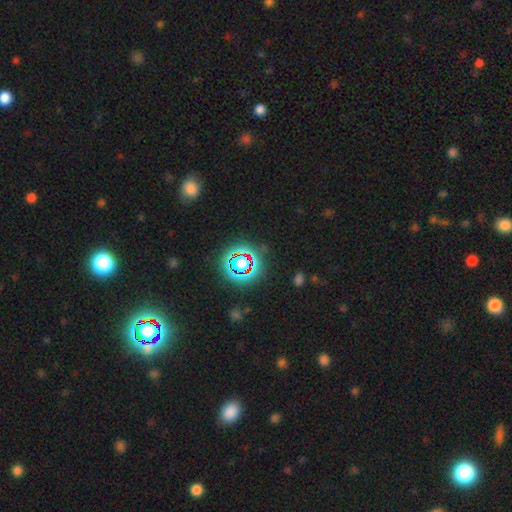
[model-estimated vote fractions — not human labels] Morphology: type=star or artifact (78%).